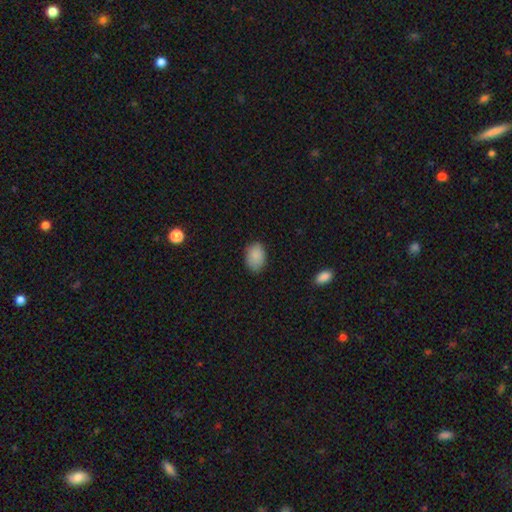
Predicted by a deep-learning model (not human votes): This appears to be a smooth galaxy with no disk features (87%) that is in between round and cigar-shaped (79%). Merging: none (79%).